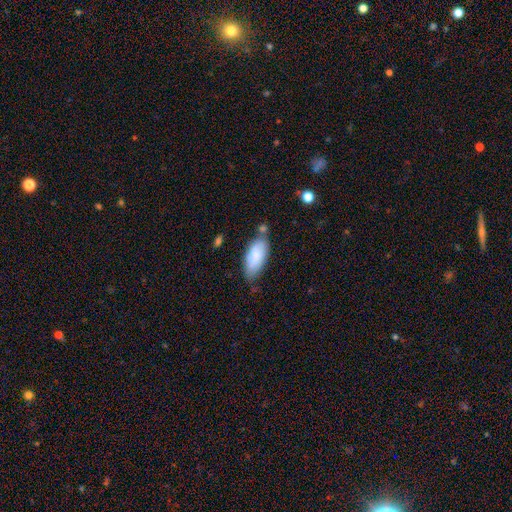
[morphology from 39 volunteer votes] Smooth or featured?
  - smooth: 69% *
  - featured or disk: 21%
  - star or artifact: 10%
How rounded?
  - in between: 93% *
  - round: 4%
  - cigar-shaped: 4%
Merging?
  - none: 49% *
  - minor disturbance: 26%
  - merger: 23%
  - major disturbance: 3%